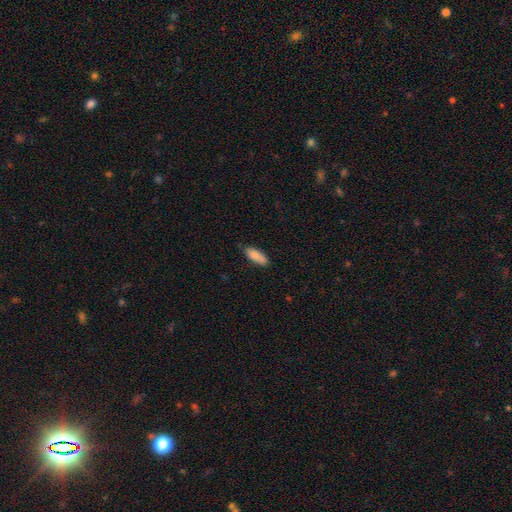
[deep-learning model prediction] A smooth galaxy with no disk features (88%) that is in between round and cigar-shaped (67%). Merging: none (77%).